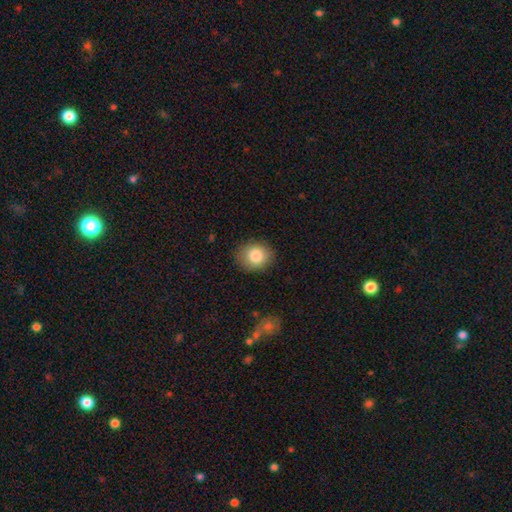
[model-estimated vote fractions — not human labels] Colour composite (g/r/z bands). It shows a smooth galaxy with no disk features (84%) that is round (64%). Merging: none (87%).